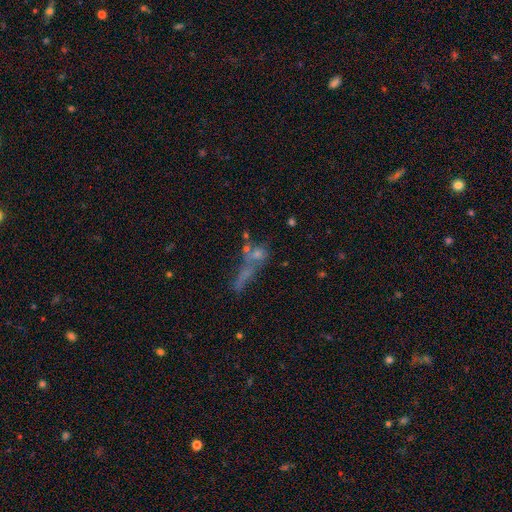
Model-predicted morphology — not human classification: Smooth or featured: smooth — 51% (featured or disk — 27%)
How rounded: in between — 39% (round — 38%)
Merging: merger — 44% (none — 32%)